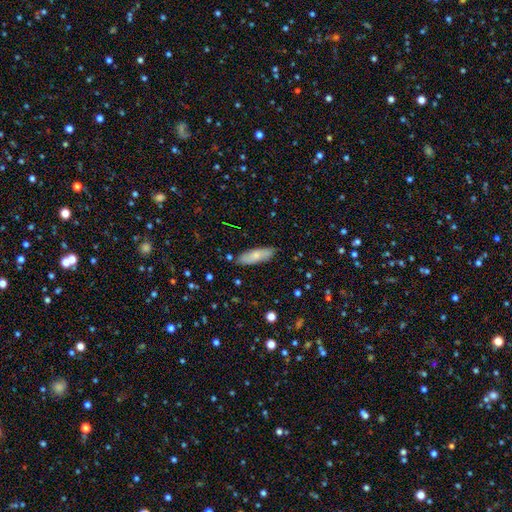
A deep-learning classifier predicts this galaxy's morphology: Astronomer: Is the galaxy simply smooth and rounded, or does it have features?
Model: smooth — 71%.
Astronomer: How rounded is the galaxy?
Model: in between — 54% (runner-up: cigar-shaped, 44%).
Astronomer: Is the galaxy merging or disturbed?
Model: none — 84%.